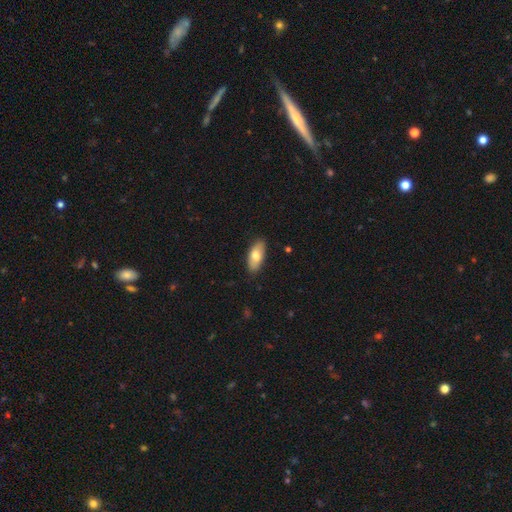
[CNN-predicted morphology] smooth-or-featured: smooth: 74% | featured or disk: 20% | star or artifact: 6%
  how-rounded: in between: 86% | cigar-shaped: 11% | round: 3%
  merging: none: 87% | minor disturbance: 11% | major disturbance: 2% | merger: 1%